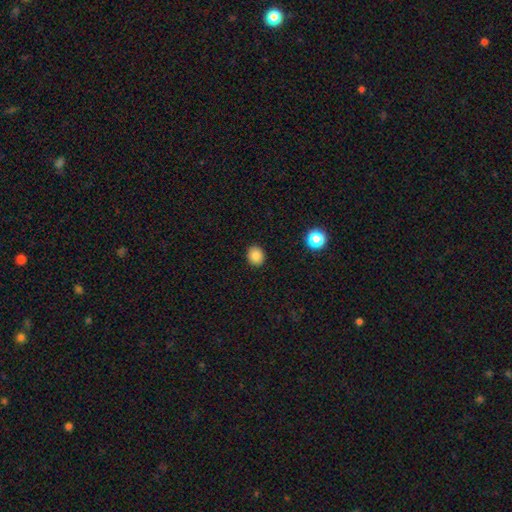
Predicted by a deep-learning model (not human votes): Smooth or featured: smooth — 85% (star or artifact — 11%)
How rounded: round — 71% (in between — 29%)
Merging: none — 91% (minor disturbance — 6%)